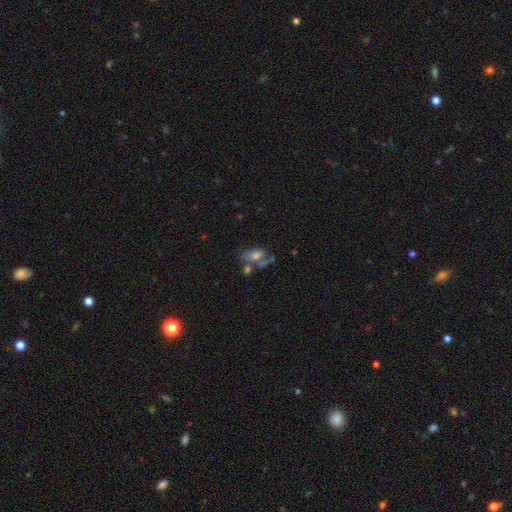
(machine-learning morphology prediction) Smooth or featured?
  - smooth: 48% *
  - featured or disk: 36%
  - star or artifact: 16%
Merging?
  - none: 40% *
  - merger: 26%
  - minor disturbance: 18%
  - major disturbance: 16%